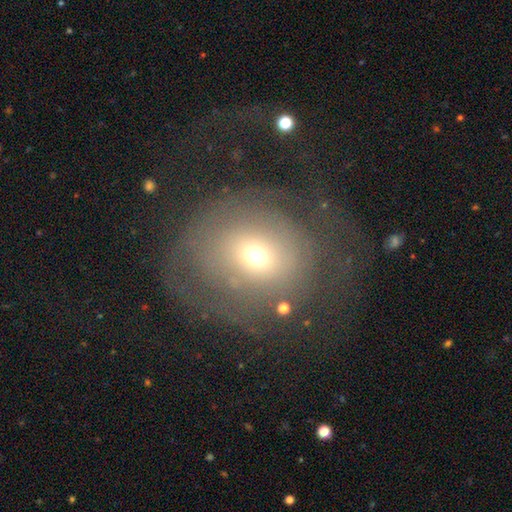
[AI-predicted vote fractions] Q: Smooth or featured?
A: smooth (48%); runner-up: featured or disk (39%)
Q: Merging?
A: none (41%); runner-up: major disturbance (39%)